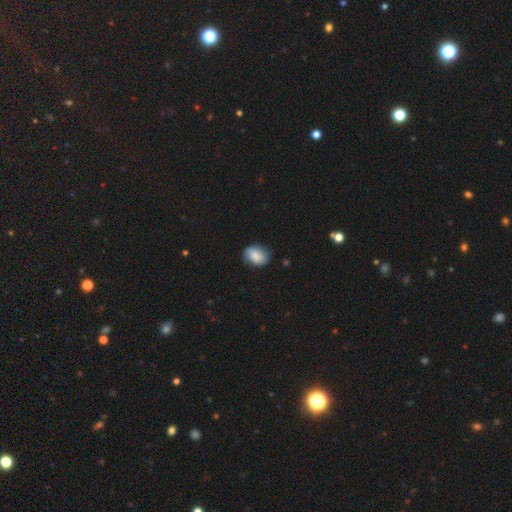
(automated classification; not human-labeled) Smooth or featured? Predicted: smooth (p=0.79). How rounded? Predicted: in between (p=0.74). Merging? Predicted: none (p=0.75).